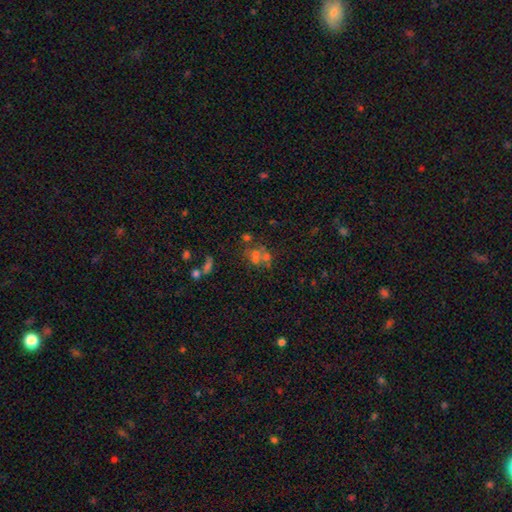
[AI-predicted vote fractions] This appears to be a smooth galaxy with no disk features (41%). Merging: merger (43%).